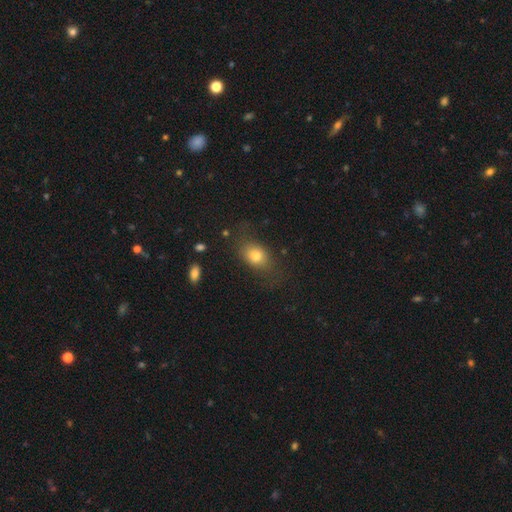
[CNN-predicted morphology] This is likely a smooth galaxy (76%). How rounded: likely in between (68%). Merging: likely none (67%).